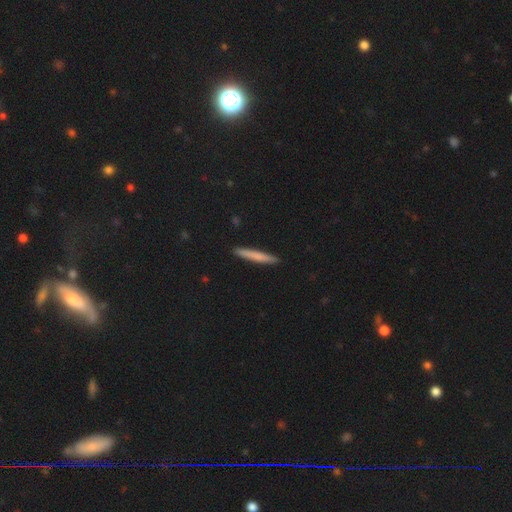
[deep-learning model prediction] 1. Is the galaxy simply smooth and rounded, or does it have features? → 72% smooth, 22% featured or disk, 6% star or artifact.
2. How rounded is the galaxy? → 96% cigar-shaped, 3% in between, 1% round.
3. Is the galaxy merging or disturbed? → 91% none, 6% minor disturbance, 1% major disturbance, 1% merger.